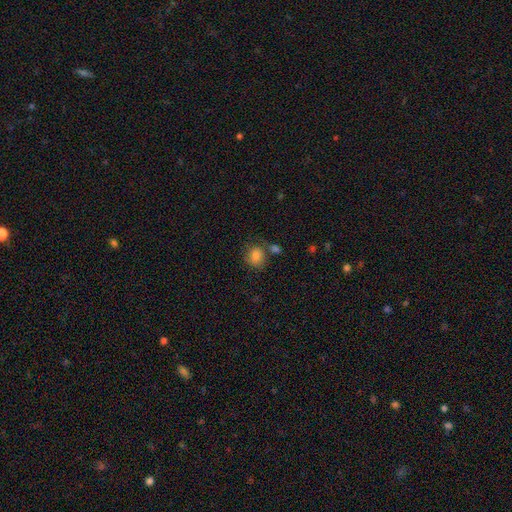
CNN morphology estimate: type=smooth (83%); roundness=round (61%); merging=none (61%).